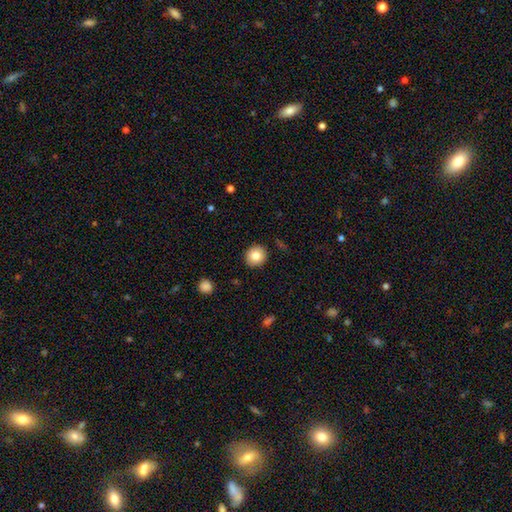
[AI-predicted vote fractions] A smooth galaxy with no disk features (82%) that is round (88%).

Vote fractions:
- Smooth or featured? smooth: 82% / featured or disk: 9% / star or artifact: 9%
- How rounded? round: 88% / in between: 11% / cigar-shaped: 1%
- Merging? none: 90% / minor disturbance: 7% / major disturbance: 2% / merger: 1%